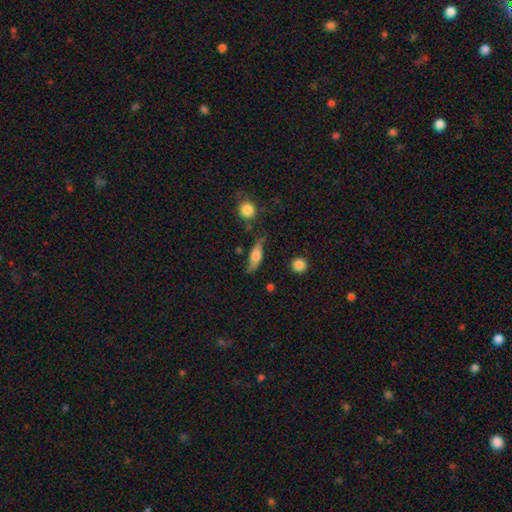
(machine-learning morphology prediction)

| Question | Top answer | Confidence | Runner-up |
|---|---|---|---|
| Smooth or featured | featured or disk | 47% | smooth (45%) |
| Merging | none | 67% | minor disturbance (23%) |